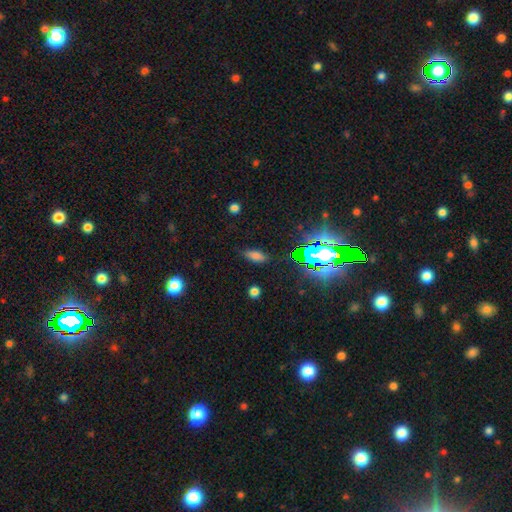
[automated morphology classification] Overall: smooth (68%). How rounded: in between (76%). Merging: none (81%).